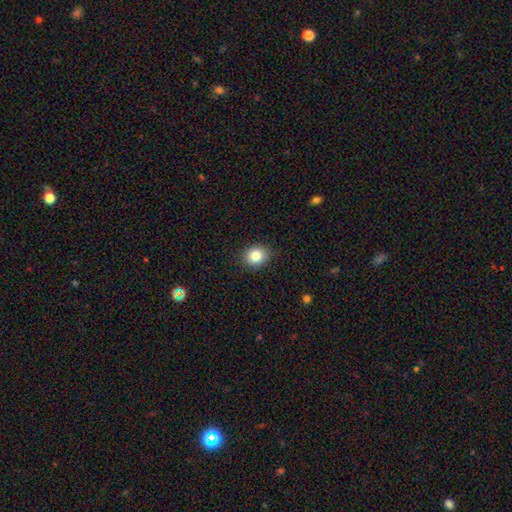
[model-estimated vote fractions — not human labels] smooth_or_featured: smooth (p=0.83) [alt: star or artifact p=0.10]
how_rounded: round (p=0.66) [alt: in between p=0.33]
merging: none (p=0.88) [alt: minor disturbance p=0.09]